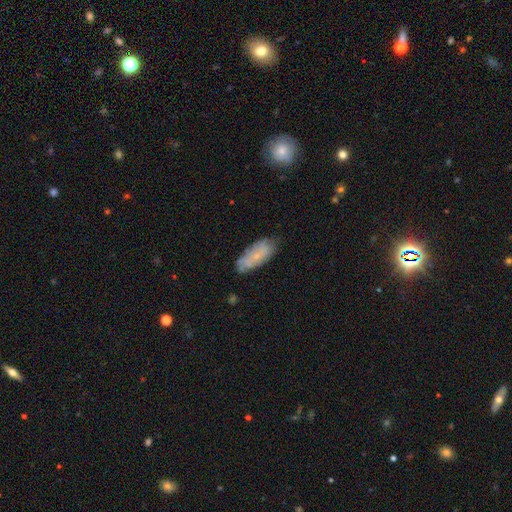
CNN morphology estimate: A smooth galaxy with no disk features (55%) that is in between round and cigar-shaped (81%).

Vote fractions:
- Smooth or featured? smooth: 55% / featured or disk: 37% / star or artifact: 8%
- How rounded? in between: 81% / cigar-shaped: 17% / round: 3%
- Merging? none: 65% / minor disturbance: 26% / major disturbance: 6% / merger: 3%